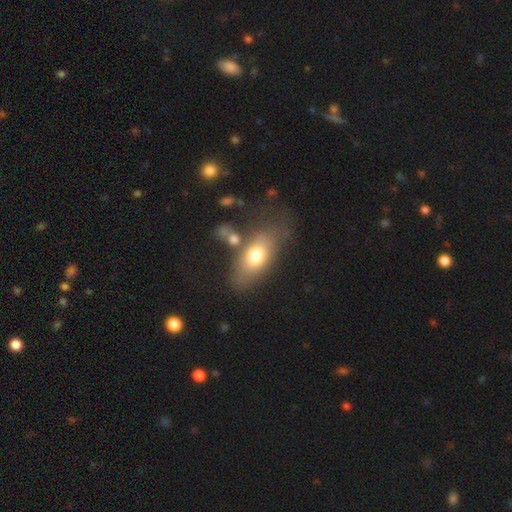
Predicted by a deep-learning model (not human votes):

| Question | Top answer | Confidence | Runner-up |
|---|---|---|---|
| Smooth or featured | smooth | 69% | featured or disk (22%) |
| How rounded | in between | 83% | cigar-shaped (10%) |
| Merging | none | 61% | minor disturbance (18%) |